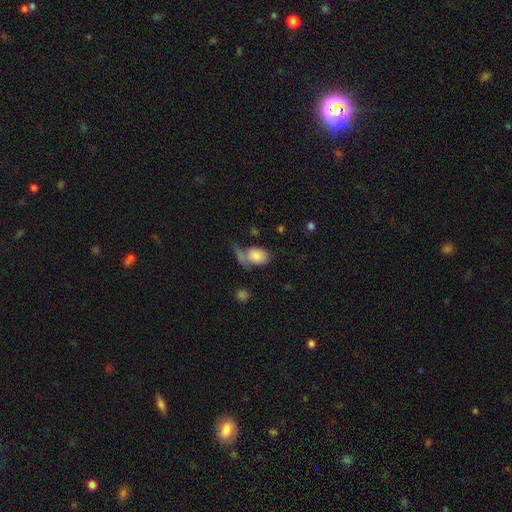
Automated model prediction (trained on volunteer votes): Smooth or featured? Predicted: smooth (p=0.81). How rounded? Predicted: in between (p=0.78). Merging? Predicted: none (p=0.34).